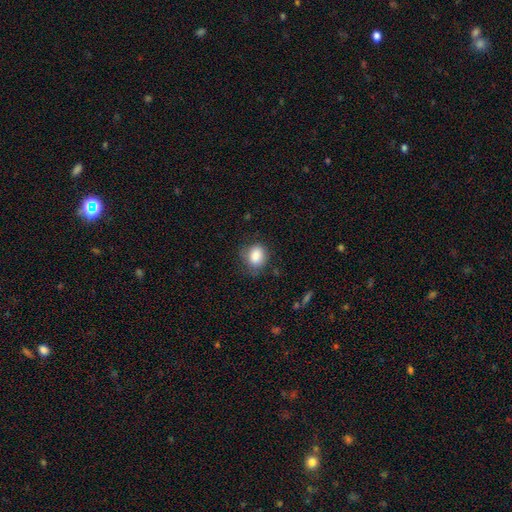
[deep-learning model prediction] Smooth or featured? Predicted: smooth (p=0.86). How rounded? Predicted: round (p=0.53). Merging? Predicted: none (p=0.68).